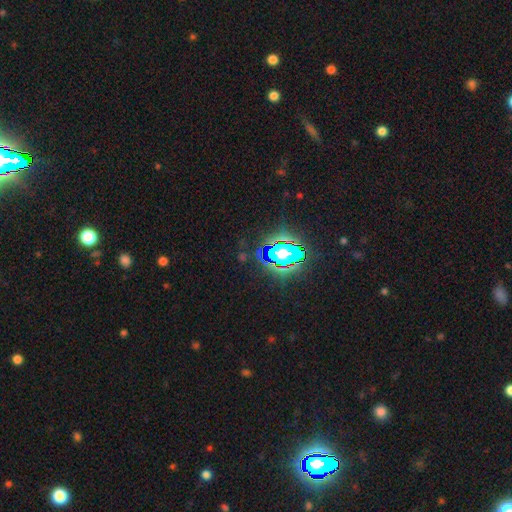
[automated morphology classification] Overall: star or artifact (81%).